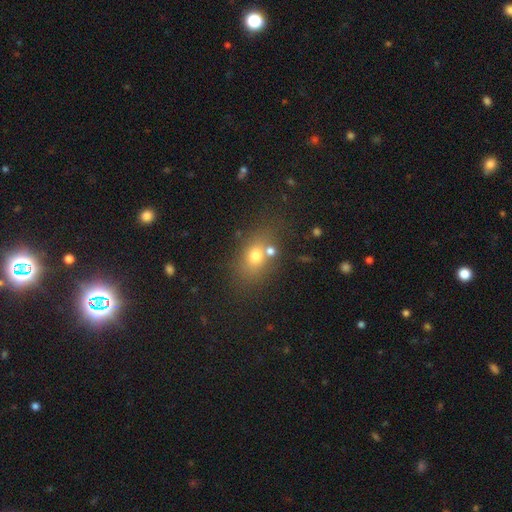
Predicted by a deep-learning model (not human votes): Smooth or featured? Predicted: smooth (p=0.68). How rounded? Predicted: in between (p=0.61). Merging? Predicted: none (p=0.63).